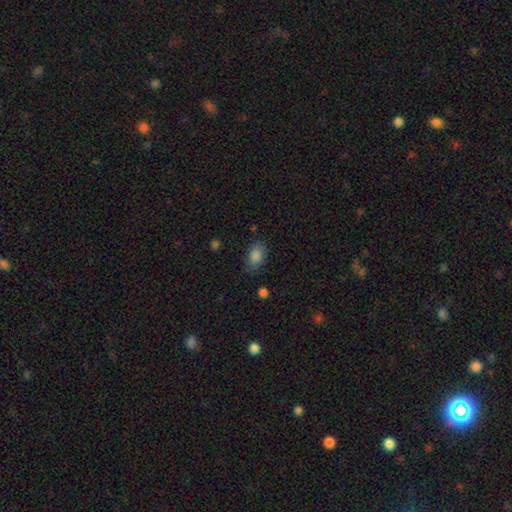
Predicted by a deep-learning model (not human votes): Smooth or featured? smooth (86%)
How rounded? in between (83%)
Merging? none (77%)